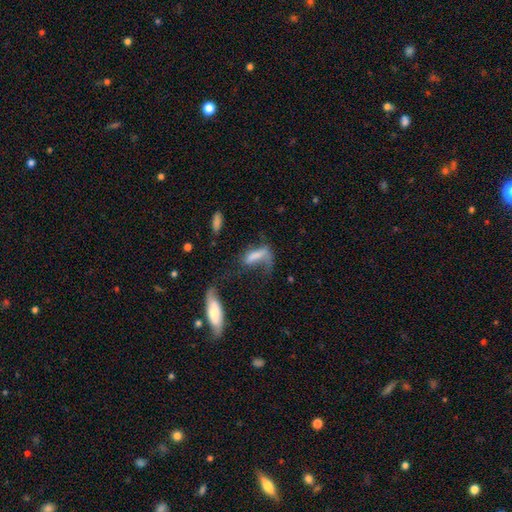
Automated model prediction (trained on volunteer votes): smooth 57%, featured or disk 33%, star or artifact 11%. Down the decision tree: how rounded — in between (59%); merging — major disturbance (48%).